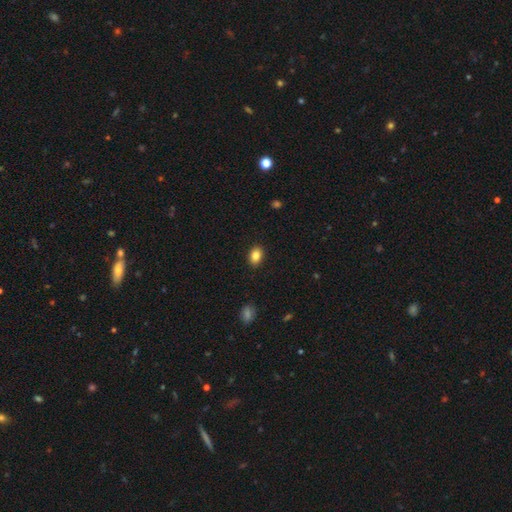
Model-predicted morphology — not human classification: smooth-or-featured: smooth: 85% | star or artifact: 9% | featured or disk: 6%
  how-rounded: in between: 74% | round: 25% | cigar-shaped: 1%
  merging: none: 89% | minor disturbance: 8% | major disturbance: 2% | merger: 1%